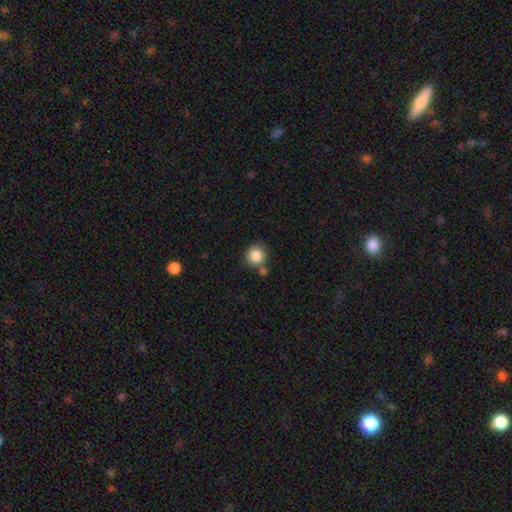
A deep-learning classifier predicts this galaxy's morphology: smooth 85%, star or artifact 9%, featured or disk 5%. Down the decision tree: how rounded — round (90%); merging — none (68%).